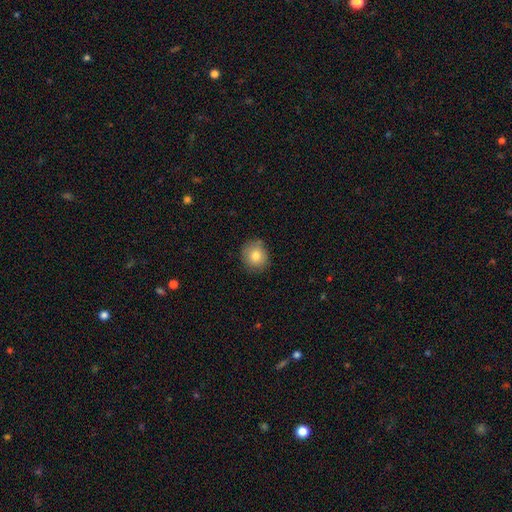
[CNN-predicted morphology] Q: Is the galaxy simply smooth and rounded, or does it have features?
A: smooth — 80%.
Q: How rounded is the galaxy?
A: round — 85%.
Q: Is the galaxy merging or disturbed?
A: none — 83%.